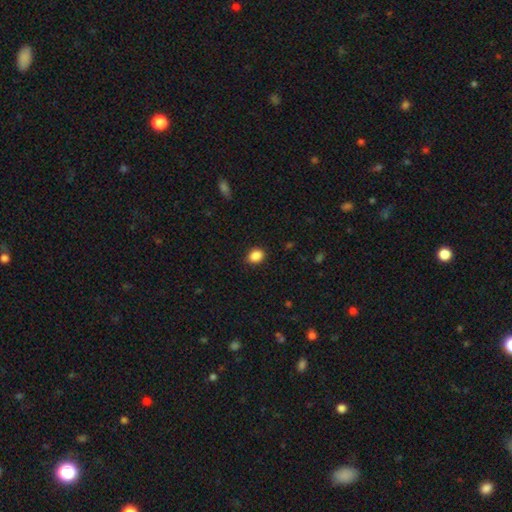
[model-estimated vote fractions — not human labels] A smooth galaxy with no disk features (89%) that is in between round and cigar-shaped (64%). Merging: none (89%).